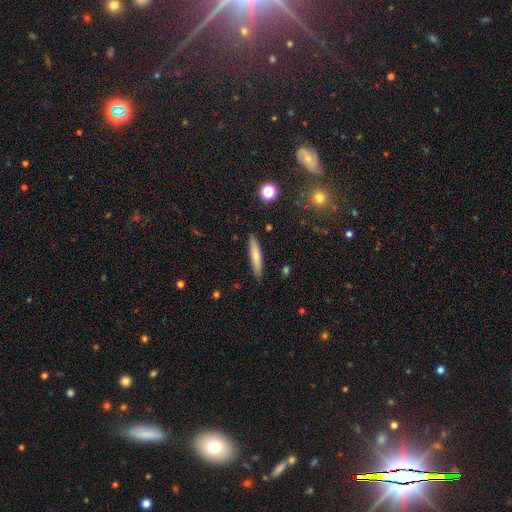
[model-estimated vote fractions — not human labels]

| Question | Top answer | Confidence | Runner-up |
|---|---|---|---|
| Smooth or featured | smooth | 71% | featured or disk (22%) |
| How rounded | cigar-shaped | 90% | in between (9%) |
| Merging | none | 89% | minor disturbance (8%) |